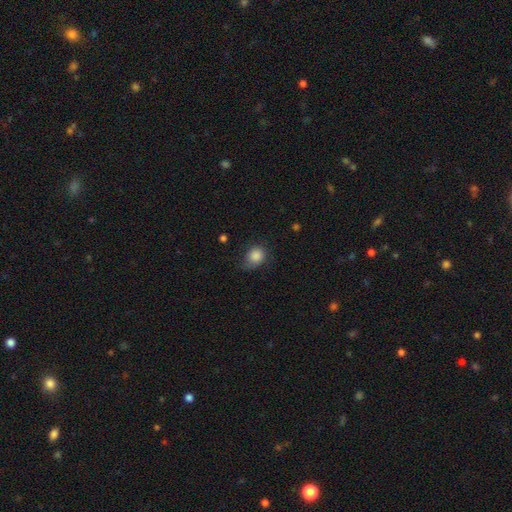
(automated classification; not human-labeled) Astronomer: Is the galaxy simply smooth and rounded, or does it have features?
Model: smooth — 85%.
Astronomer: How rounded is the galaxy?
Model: round — 65%.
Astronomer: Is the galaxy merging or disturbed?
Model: none — 54% (runner-up: minor disturbance, 34%).